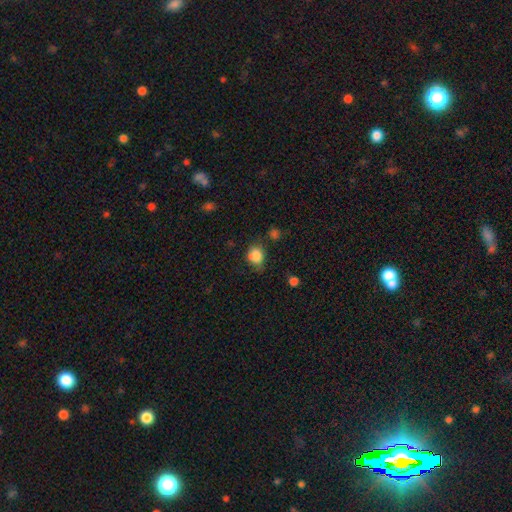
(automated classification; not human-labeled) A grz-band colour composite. It shows a smooth galaxy with no disk features (84%) that is round (62%). Merging: none (56%).